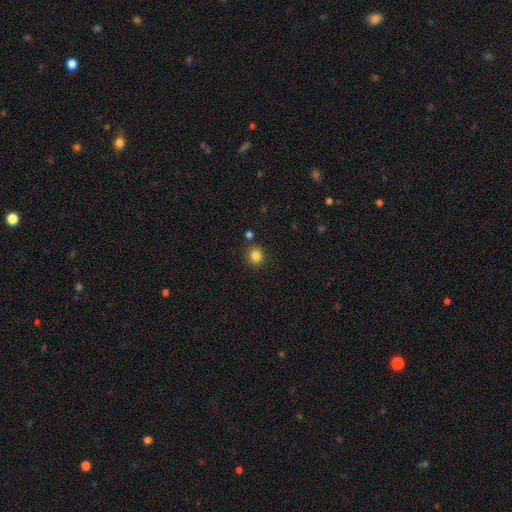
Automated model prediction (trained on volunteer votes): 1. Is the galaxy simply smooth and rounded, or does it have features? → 84% smooth, 11% star or artifact, 4% featured or disk.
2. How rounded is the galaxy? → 85% round, 14% in between, 1% cigar-shaped.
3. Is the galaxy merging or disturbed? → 84% none, 8% minor disturbance, 5% merger, 3% major disturbance.